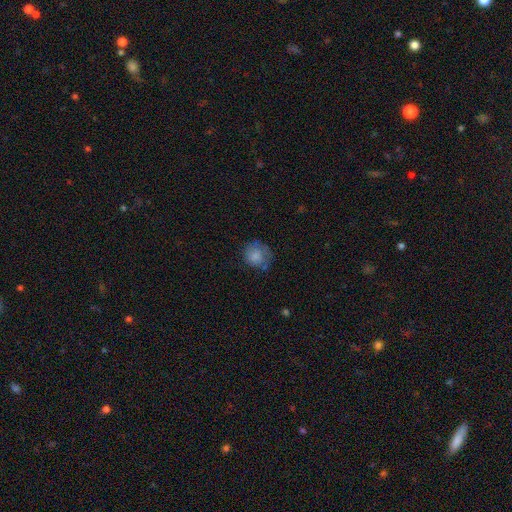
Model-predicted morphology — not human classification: Smooth or featured: smooth — 78% (featured or disk — 13%)
How rounded: round — 79% (in between — 20%)
Merging: none — 60% (minor disturbance — 26%)